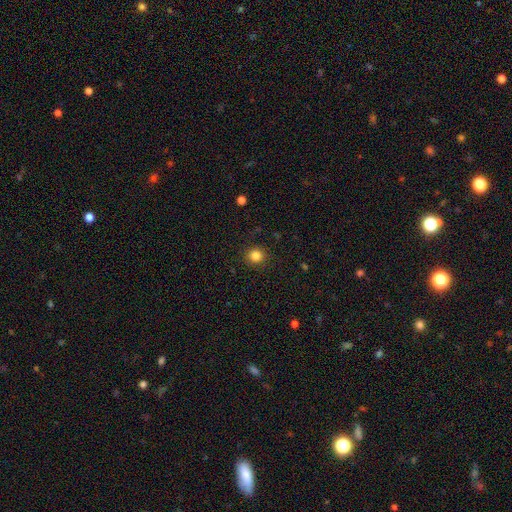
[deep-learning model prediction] Smooth or featured? Predicted: smooth (p=0.83). How rounded? Predicted: round (p=0.93). Merging? Predicted: none (p=0.91).